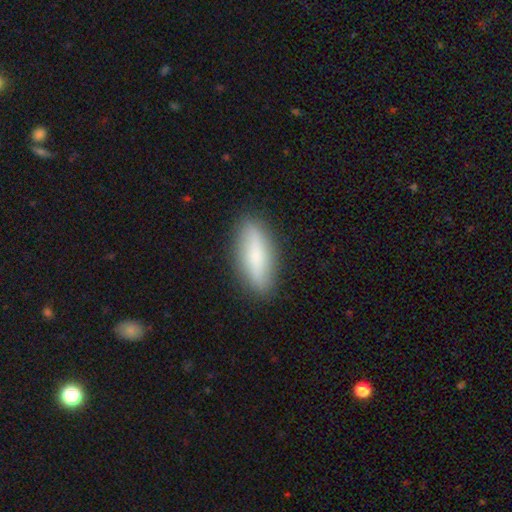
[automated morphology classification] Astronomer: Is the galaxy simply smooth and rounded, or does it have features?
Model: smooth — 65%.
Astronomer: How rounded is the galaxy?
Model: in between — 51% (runner-up: cigar-shaped, 46%).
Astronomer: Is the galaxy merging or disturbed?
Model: none — 87%.